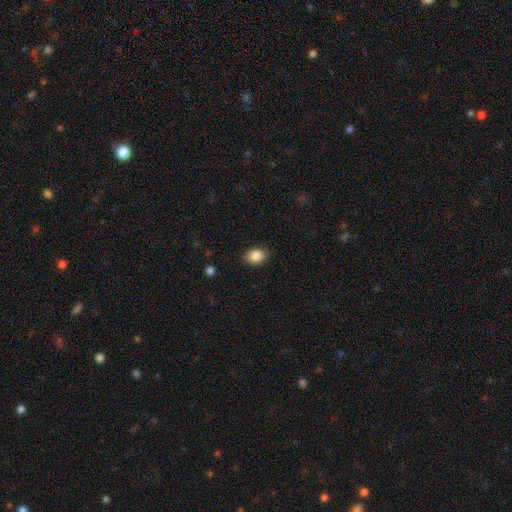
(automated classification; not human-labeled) smooth_or_featured: smooth (p=0.87) [alt: star or artifact p=0.09]
how_rounded: in between (p=0.66) [alt: round p=0.33]
merging: none (p=0.87) [alt: minor disturbance p=0.10]